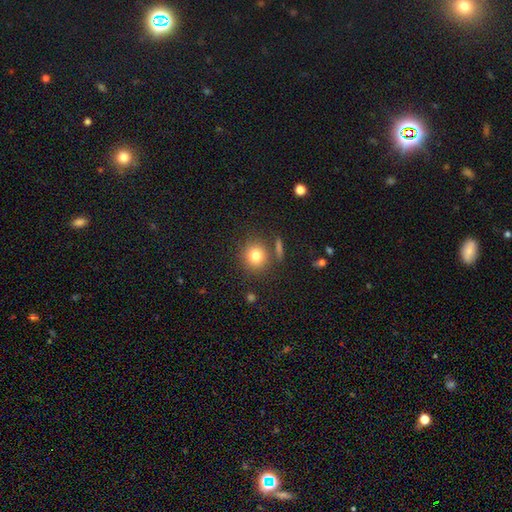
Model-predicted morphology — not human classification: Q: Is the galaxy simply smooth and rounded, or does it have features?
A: smooth — 79%.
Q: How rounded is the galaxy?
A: round — 89%.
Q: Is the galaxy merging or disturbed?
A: none — 79%.